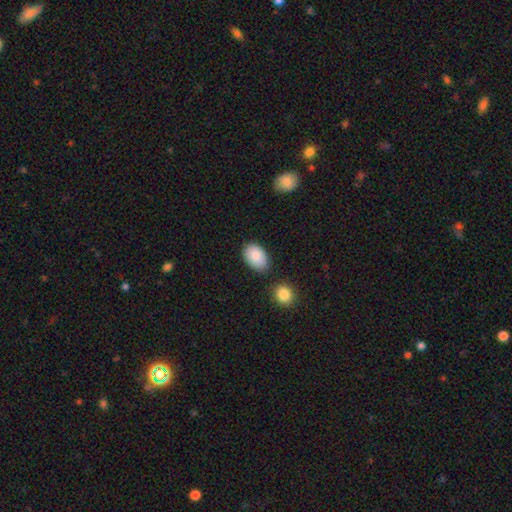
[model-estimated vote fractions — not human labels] Smooth or featured? smooth (88%)
How rounded? in between (88%)
Merging? none (76%)